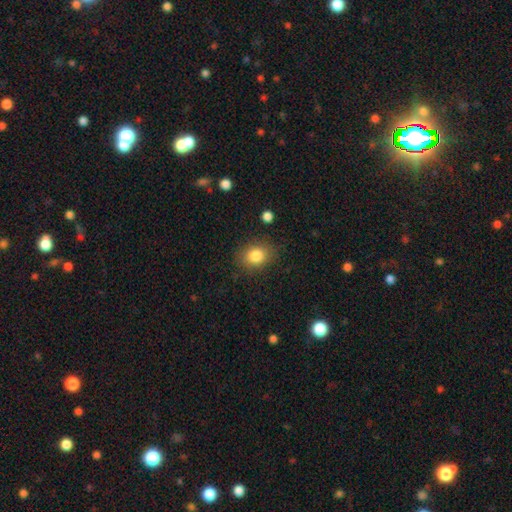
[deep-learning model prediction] Q: Smooth or featured?
A: smooth (84%); runner-up: star or artifact (10%)
Q: How rounded?
A: round (51%); runner-up: in between (48%)
Q: Merging?
A: none (83%); runner-up: minor disturbance (11%)